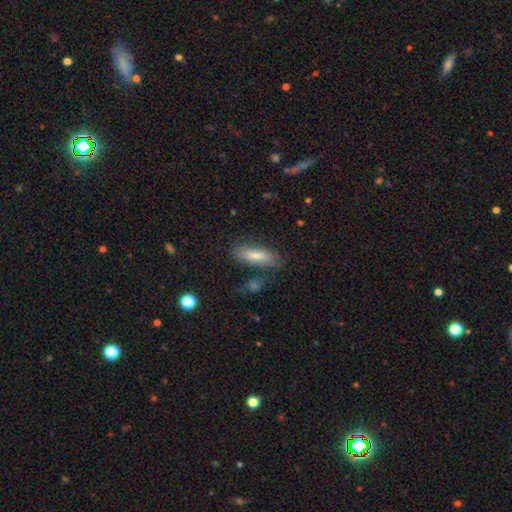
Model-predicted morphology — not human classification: A smooth galaxy with no disk features (72%) that is in between round and cigar-shaped (49%).

Vote fractions:
- Smooth or featured? smooth: 72% / featured or disk: 19% / star or artifact: 9%
- How rounded? in between: 49% / cigar-shaped: 48% / round: 2%
- Merging? none: 76% / minor disturbance: 14% / merger: 5% / major disturbance: 4%